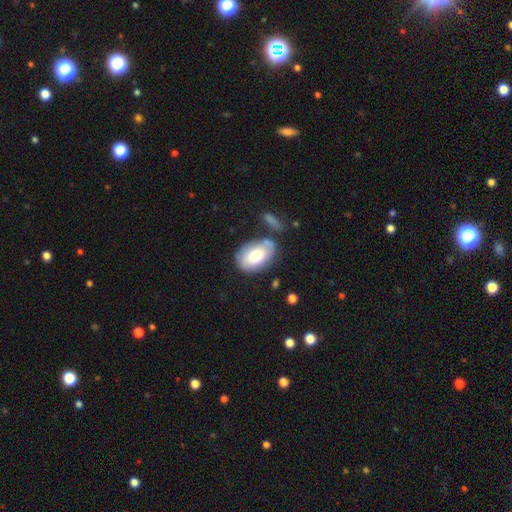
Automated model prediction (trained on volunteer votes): Morphology: type=smooth (70%); roundness=in between (89%); merging=none (61%).